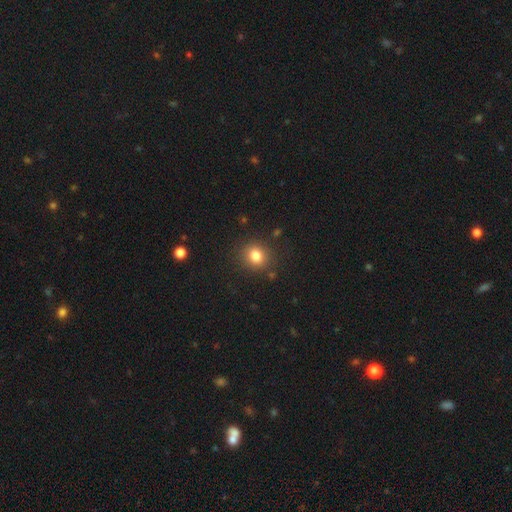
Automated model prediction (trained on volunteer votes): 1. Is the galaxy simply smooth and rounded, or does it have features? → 81% smooth, 13% star or artifact, 7% featured or disk.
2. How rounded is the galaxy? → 76% round, 23% in between, 1% cigar-shaped.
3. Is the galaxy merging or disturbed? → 86% none, 9% minor disturbance, 3% major disturbance, 2% merger.